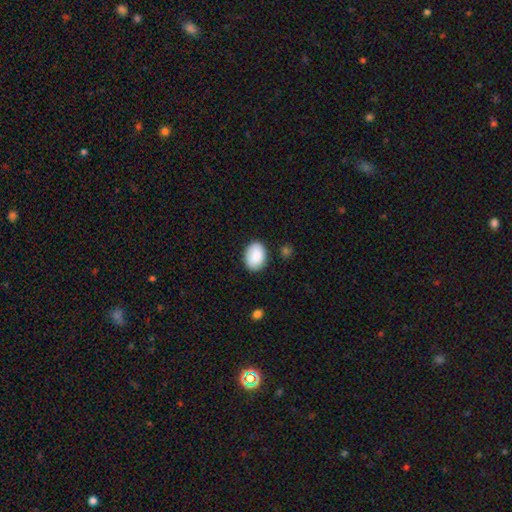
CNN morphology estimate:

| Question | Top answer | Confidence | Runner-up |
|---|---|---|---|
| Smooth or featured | smooth | 89% | star or artifact (6%) |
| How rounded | in between | 79% | round (20%) |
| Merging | none | 84% | minor disturbance (11%) |